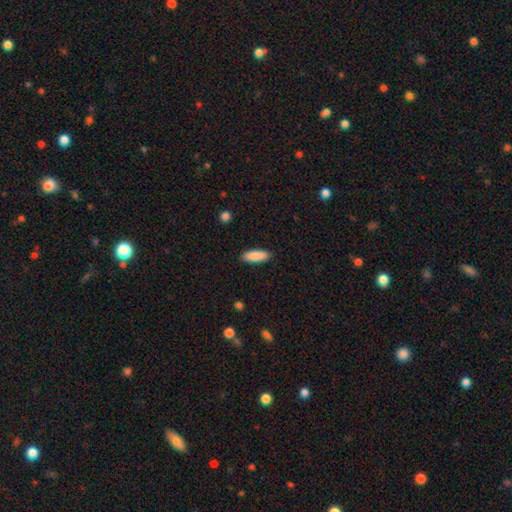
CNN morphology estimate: Smooth or featured? Predicted: smooth (p=0.89). How rounded? Predicted: in between (p=0.64). Merging? Predicted: none (p=0.89).